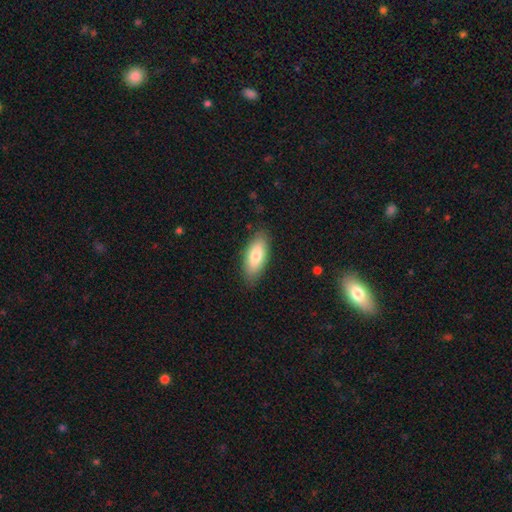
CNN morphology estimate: This is likely a smooth galaxy (79%). How rounded: clearly in between (82%). Merging: clearly none (84%).